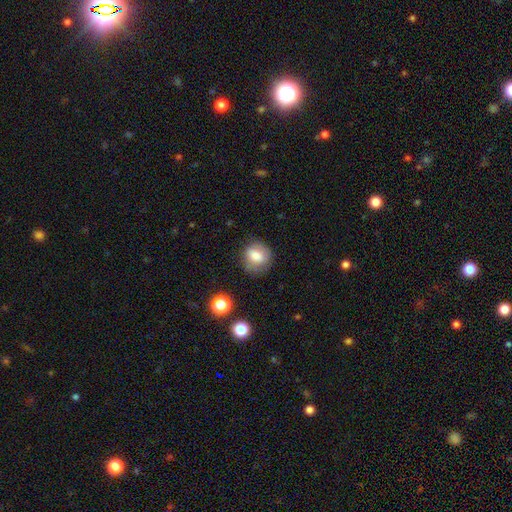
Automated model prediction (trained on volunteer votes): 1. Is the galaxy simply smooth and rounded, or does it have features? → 75% smooth, 16% featured or disk, 10% star or artifact.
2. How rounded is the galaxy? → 71% round, 28% in between, 1% cigar-shaped.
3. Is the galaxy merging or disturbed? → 73% none, 19% minor disturbance, 6% major disturbance, 2% merger.